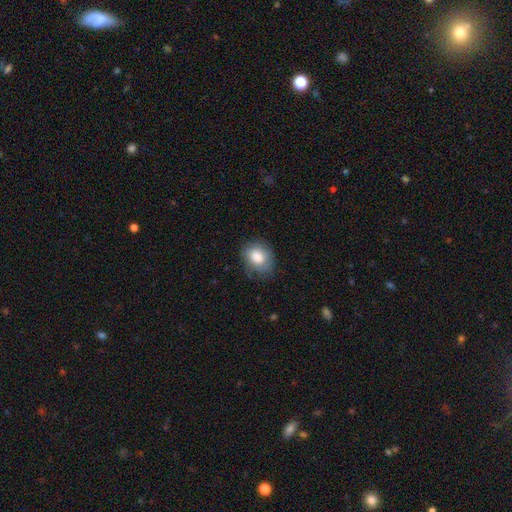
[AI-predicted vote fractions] Q: Smooth or featured?
A: smooth (81%); runner-up: featured or disk (11%)
Q: How rounded?
A: in between (56%); runner-up: round (43%)
Q: Merging?
A: none (69%); runner-up: minor disturbance (23%)